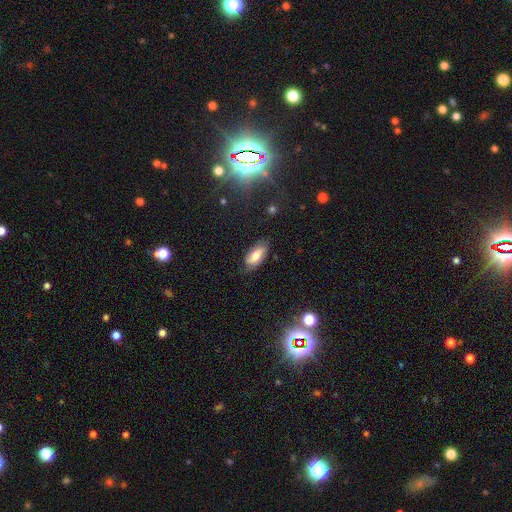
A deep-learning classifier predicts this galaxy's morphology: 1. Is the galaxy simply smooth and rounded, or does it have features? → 57% smooth, 35% featured or disk, 9% star or artifact.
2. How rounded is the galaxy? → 87% in between, 10% cigar-shaped, 3% round.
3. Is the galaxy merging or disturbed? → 72% none, 21% minor disturbance, 5% major disturbance, 1% merger.